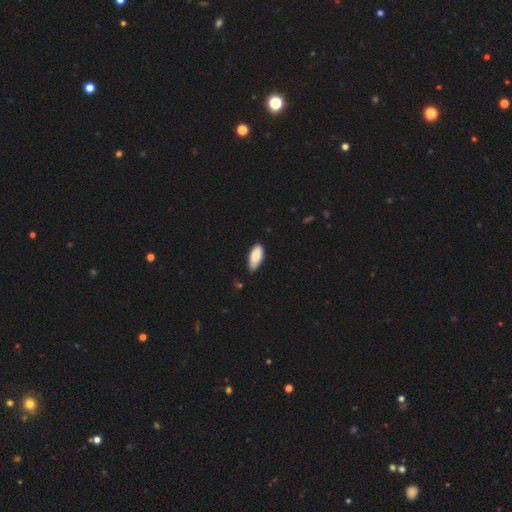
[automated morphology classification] Smooth or featured?
  - smooth: 85% *
  - featured or disk: 9%
  - star or artifact: 6%
How rounded?
  - in between: 89% *
  - cigar-shaped: 9%
  - round: 2%
Merging?
  - none: 74% *
  - minor disturbance: 22%
  - major disturbance: 2%
  - merger: 1%